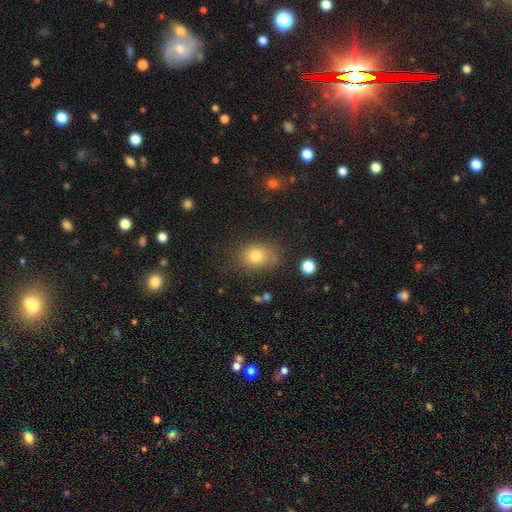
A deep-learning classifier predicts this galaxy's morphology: Smooth or featured?
  - smooth: 77% *
  - star or artifact: 12%
  - featured or disk: 11%
How rounded?
  - in between: 59% *
  - round: 40%
  - cigar-shaped: 1%
Merging?
  - none: 66% *
  - minor disturbance: 22%
  - major disturbance: 8%
  - merger: 4%